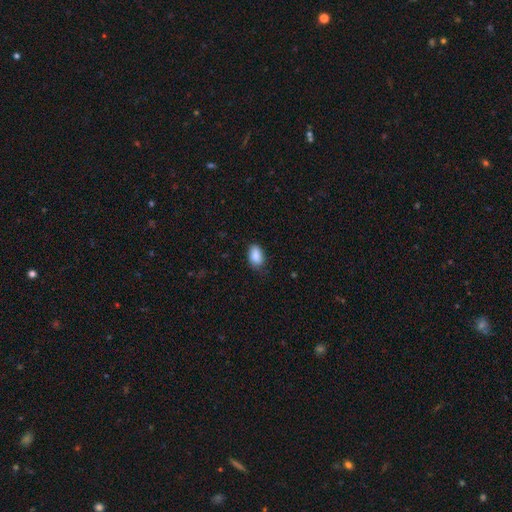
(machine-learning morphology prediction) The model was most divided on "merging": none: 75%, minor disturbance: 20%, major disturbance: 4%, merger: 1%. More confident: how rounded — in between (90%); smooth or featured — smooth (88%).